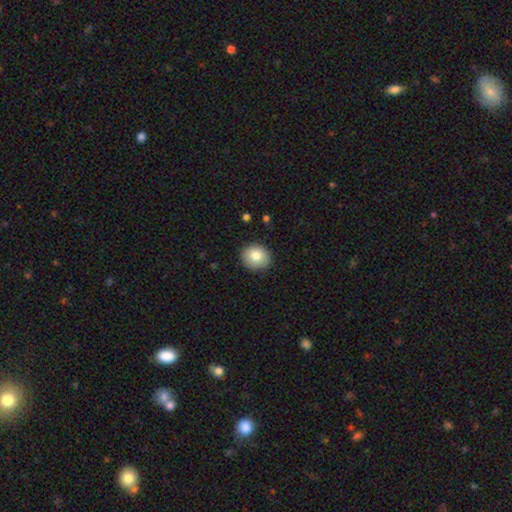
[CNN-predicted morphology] A smooth galaxy with no disk features (81%) that is round (80%). Merging: none (90%).